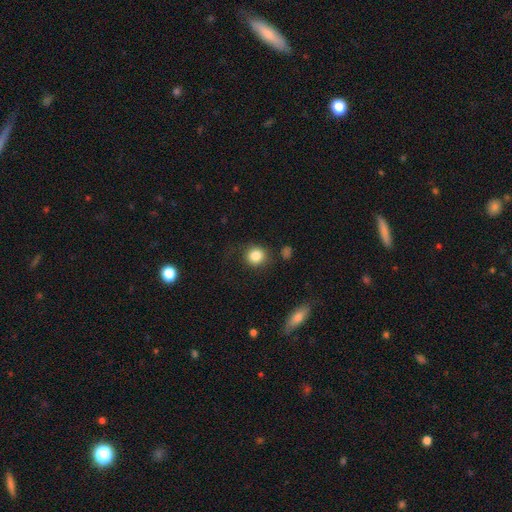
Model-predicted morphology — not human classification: A smooth galaxy with no disk features (84%) that is round (87%). Merging: none (76%).